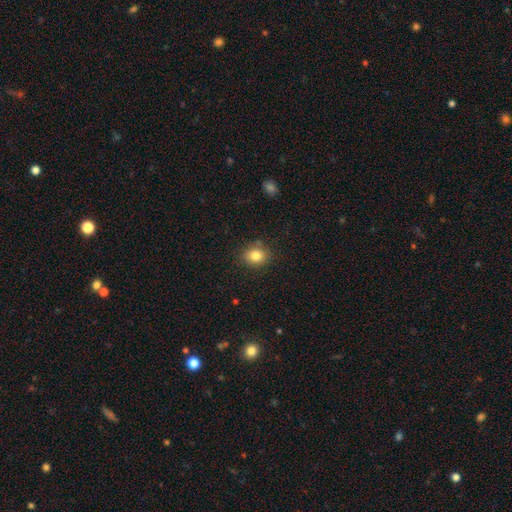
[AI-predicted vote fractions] Smooth or featured? smooth (82%)
How rounded? round (64%)
Merging? none (84%)